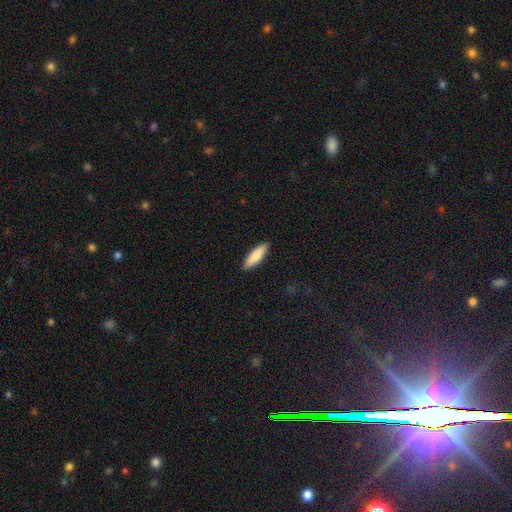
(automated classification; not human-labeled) smooth-or-featured: smooth: 81% | featured or disk: 13% | star or artifact: 5%
  how-rounded: cigar-shaped: 60% | in between: 38% | round: 2%
  merging: none: 90% | minor disturbance: 8% | major disturbance: 2% | merger: 1%